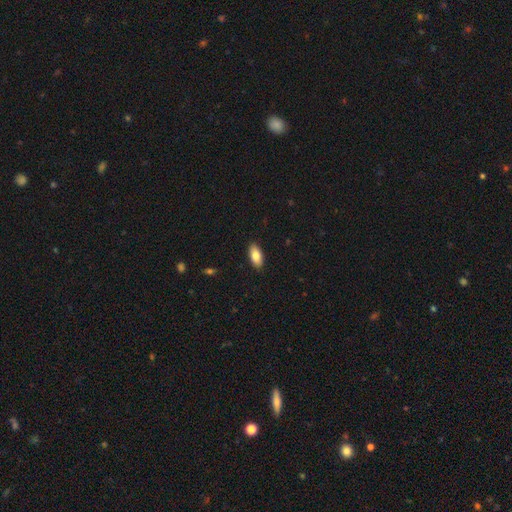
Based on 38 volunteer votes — This appears to be a smooth galaxy with no disk features (87%) that is in between round and cigar-shaped (82%). Merging: none (78%).